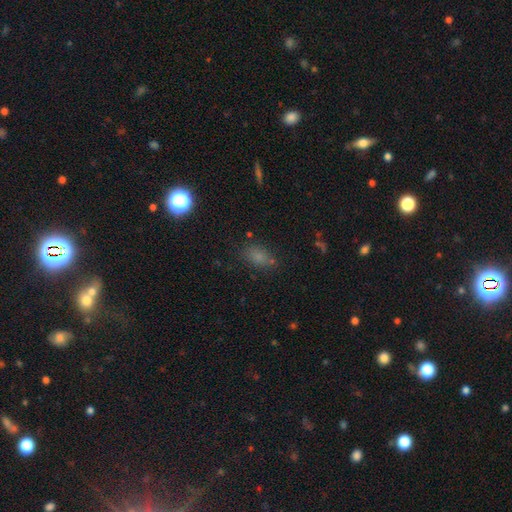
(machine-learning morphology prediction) Smooth or featured?
  - smooth: 64% *
  - star or artifact: 27%
  - featured or disk: 8%
How rounded?
  - in between: 70% *
  - round: 26%
  - cigar-shaped: 4%
Merging?
  - none: 76% *
  - minor disturbance: 15%
  - major disturbance: 5%
  - merger: 3%